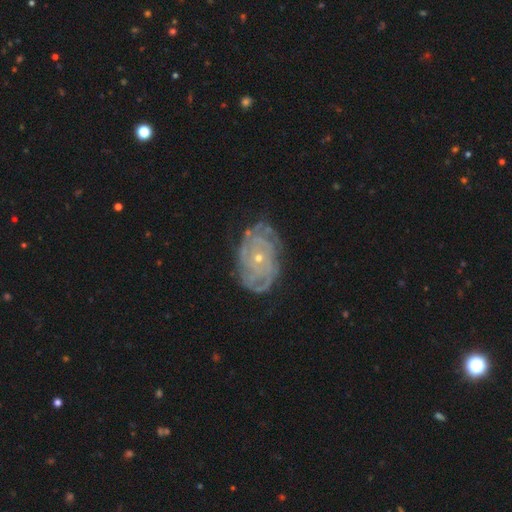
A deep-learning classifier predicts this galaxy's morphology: smooth-or-featured: featured or disk: 77% | star or artifact: 11% | smooth: 11%
  disk-edge-on: no: 95% | yes: 5%
    bar: no: 77% | weak: 17% | strong: 5%
    has-spiral-arms: yes: 94% | no: 6%
      spiral-winding: tight: 78% | medium: 18% | loose: 4%
      spiral-arm-count: can't tell: 37% | 4: 15% | 3: 14% | 2: 14% | more than 4: 12% | 1: 8%
    bulge-size: small: 73% | moderate: 24% | none: 1% | large: 1% | dominant: 1%
  merging: none: 81% | minor disturbance: 14% | major disturbance: 4% | merger: 1%